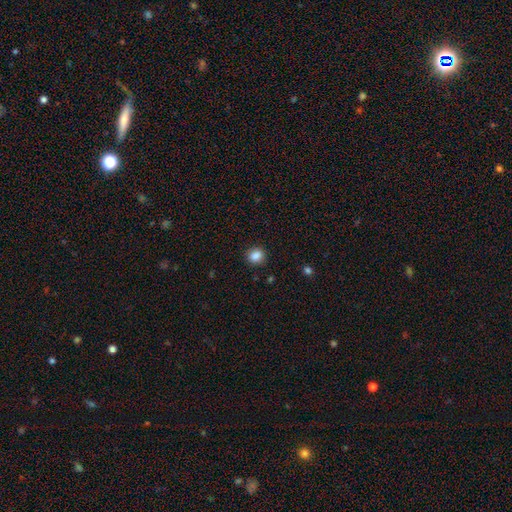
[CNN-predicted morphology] Smooth or featured? Predicted: smooth (p=0.86). How rounded? Predicted: round (p=0.66). Merging? Predicted: none (p=0.87).